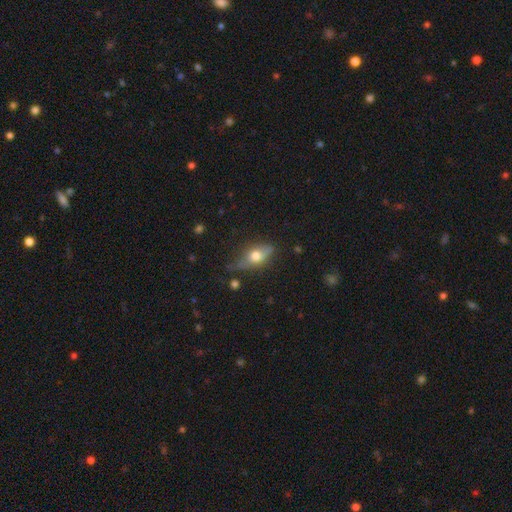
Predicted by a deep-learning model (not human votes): smooth-or-featured: smooth: 57% | featured or disk: 35% | star or artifact: 9%
  how-rounded: in between: 76% | cigar-shaped: 15% | round: 9%
  merging: none: 57% | minor disturbance: 29% | major disturbance: 10% | merger: 3%